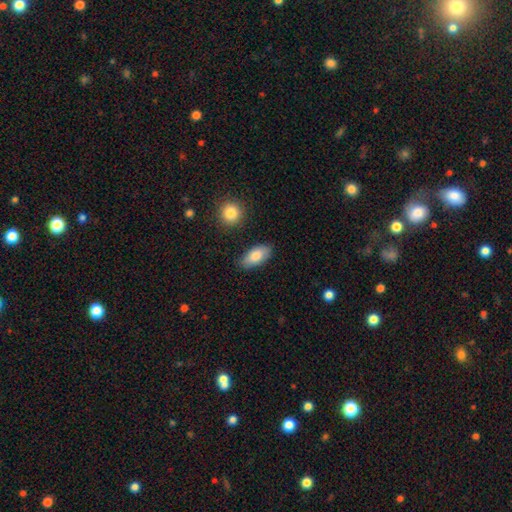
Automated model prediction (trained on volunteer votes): A smooth galaxy with no disk features (82%) that is in between round and cigar-shaped (91%). Merging: none (84%).